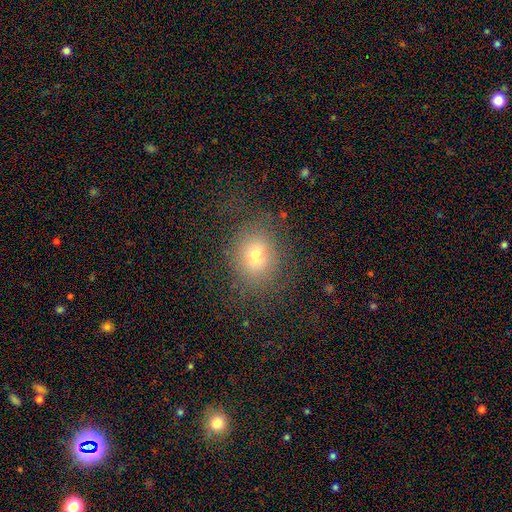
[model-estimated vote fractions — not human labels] smooth_or_featured: smooth (p=0.68) [alt: featured or disk p=0.16]
how_rounded: round (p=0.65) [alt: in between p=0.34]
merging: none (p=0.72) [alt: minor disturbance p=0.15]